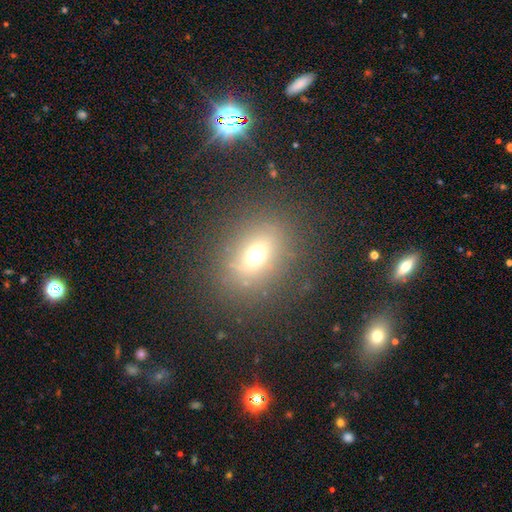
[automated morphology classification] Smooth or featured? smooth (62%)
How rounded? in between (57%)
Merging? none (80%)